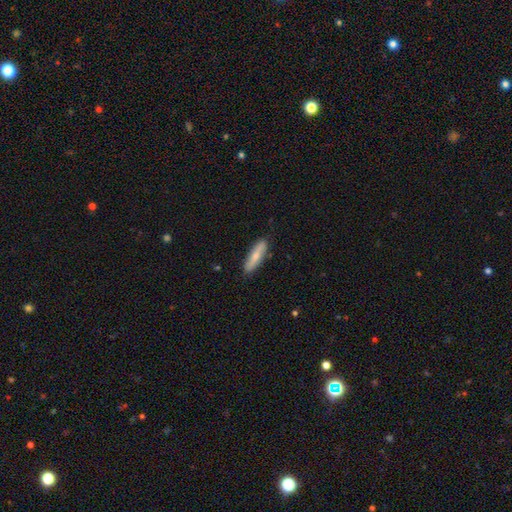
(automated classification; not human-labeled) Smooth or featured?
  - smooth: 65% *
  - featured or disk: 29%
  - star or artifact: 5%
How rounded?
  - cigar-shaped: 72% *
  - in between: 26%
  - round: 2%
Merging?
  - none: 85% *
  - minor disturbance: 11%
  - major disturbance: 2%
  - merger: 1%